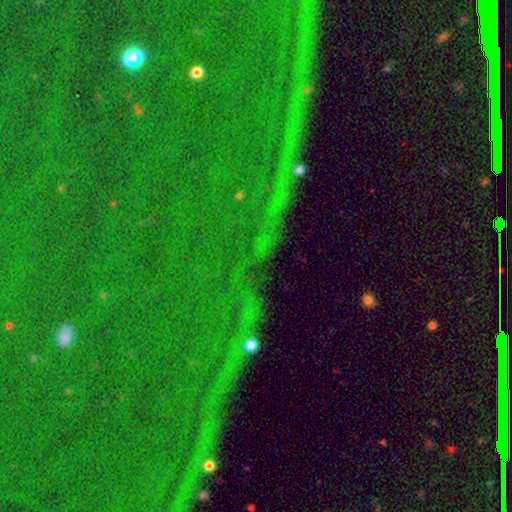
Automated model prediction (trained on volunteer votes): Smooth or featured: star or artifact — 79% (smooth — 11%)